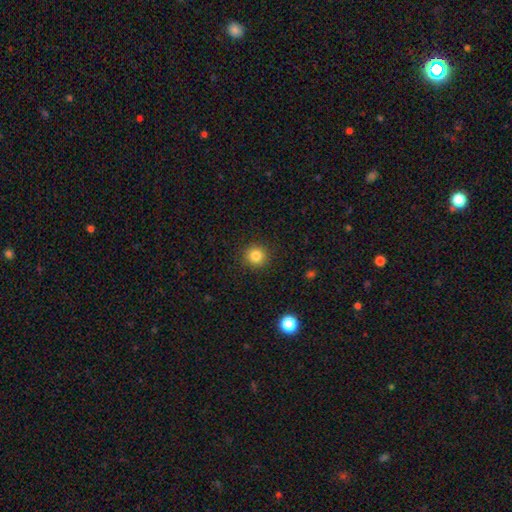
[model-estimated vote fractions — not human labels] Smooth or featured: smooth — 84% (star or artifact — 11%)
How rounded: round — 94% (in between — 5%)
Merging: none — 91% (minor disturbance — 6%)